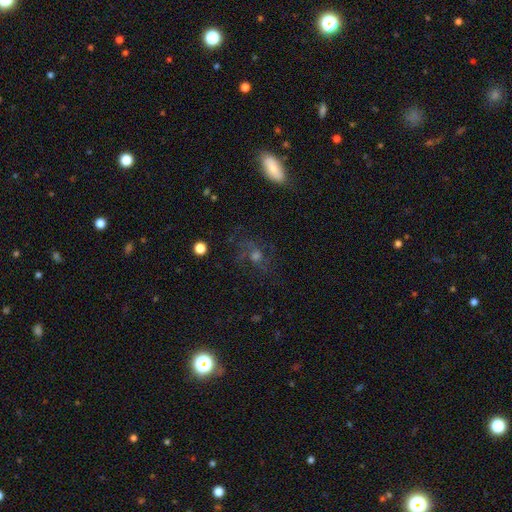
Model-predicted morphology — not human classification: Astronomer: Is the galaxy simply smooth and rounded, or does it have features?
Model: featured or disk — 51%.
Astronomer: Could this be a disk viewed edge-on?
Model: no — 94%.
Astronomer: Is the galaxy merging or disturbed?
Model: none — 63%.